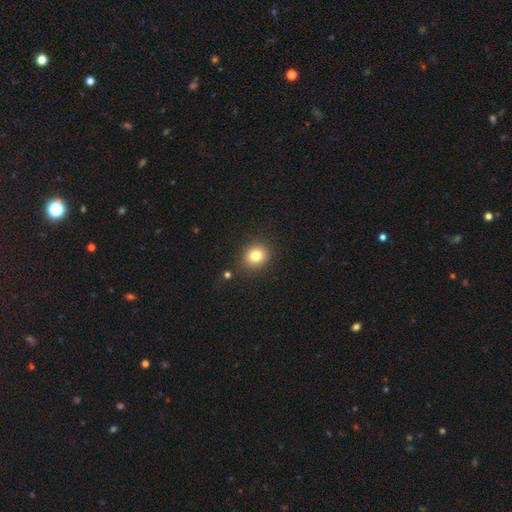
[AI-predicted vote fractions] Overall: smooth (81%). How rounded: round (77%). Merging: none (87%).